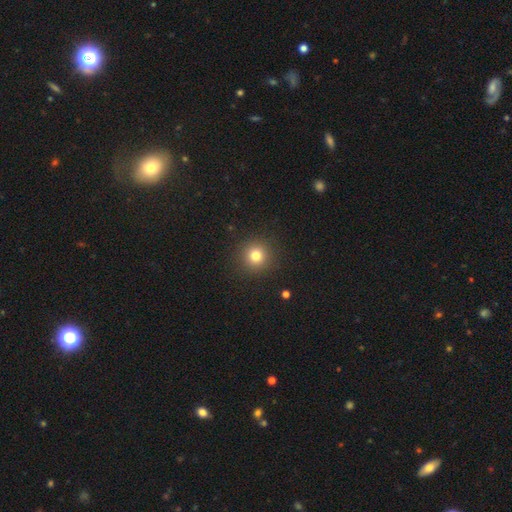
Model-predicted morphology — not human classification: Smooth or featured? Predicted: smooth (p=0.79). How rounded? Predicted: round (p=0.94). Merging? Predicted: none (p=0.91).